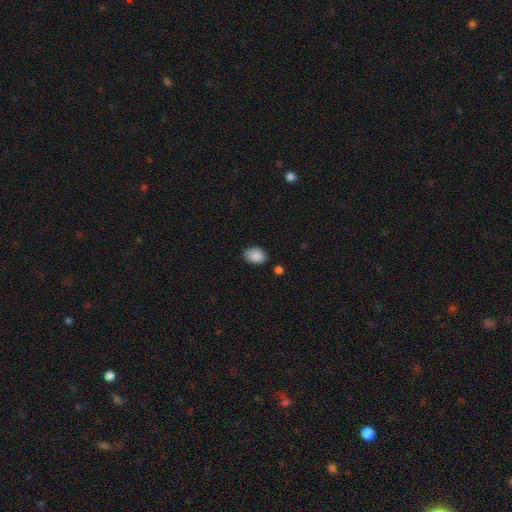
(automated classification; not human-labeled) The model was most divided on "how rounded": in between: 81%, round: 18%, cigar-shaped: 1%. More confident: smooth or featured — smooth (89%); merging — none (79%).